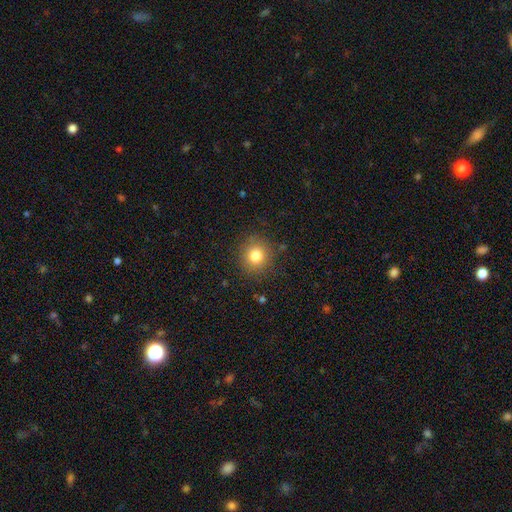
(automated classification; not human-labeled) This appears to be a smooth galaxy with no disk features (81%) that is round (89%). Merging: none (87%).